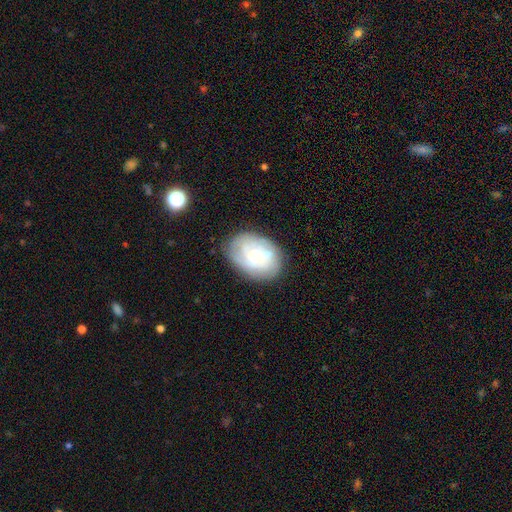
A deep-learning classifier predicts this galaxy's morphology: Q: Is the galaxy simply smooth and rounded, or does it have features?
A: featured or disk — 61%.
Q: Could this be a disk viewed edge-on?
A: no — 96%.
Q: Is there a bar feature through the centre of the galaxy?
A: no — 72%.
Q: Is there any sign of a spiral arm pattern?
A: yes — 79%.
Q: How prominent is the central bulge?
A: small — 55%.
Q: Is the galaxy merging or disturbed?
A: none — 75%.